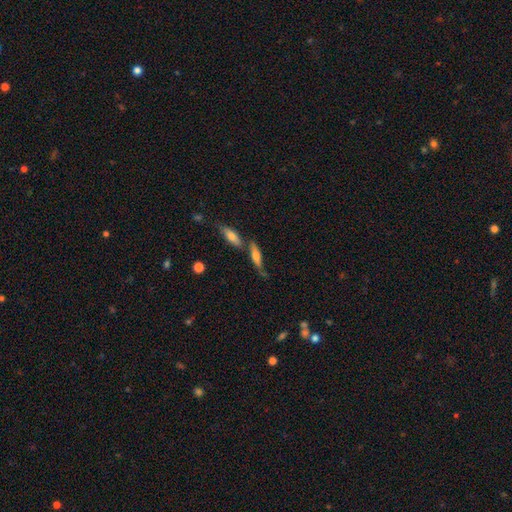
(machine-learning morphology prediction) Q: Smooth or featured?
A: smooth (54%); runner-up: featured or disk (38%)
Q: How rounded?
A: cigar-shaped (59%); runner-up: in between (38%)
Q: Merging?
A: none (52%); runner-up: merger (25%)